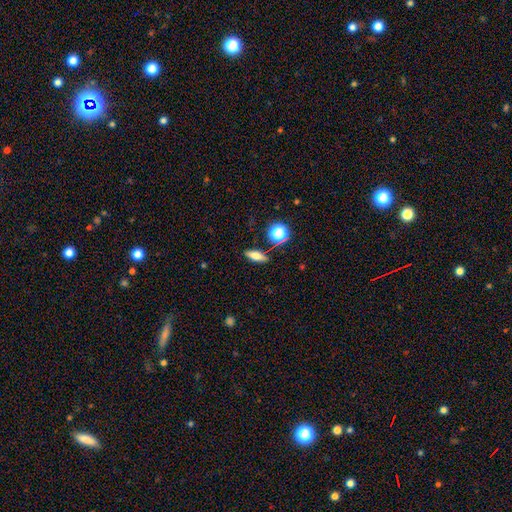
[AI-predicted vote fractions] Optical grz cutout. It shows a smooth galaxy with no disk features (64%) that is in between round and cigar-shaped (55%). Merging: none (85%).